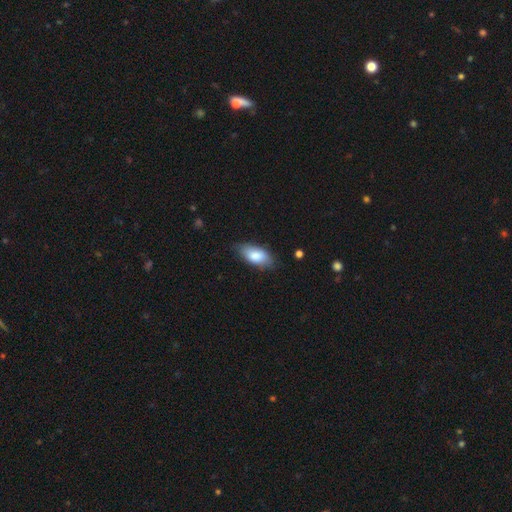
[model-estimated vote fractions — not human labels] This is clearly a smooth galaxy (82%). How rounded: clearly in between (90%). Merging: likely none (74%).